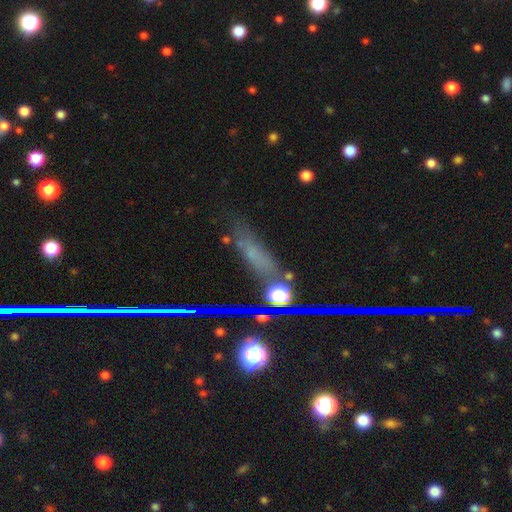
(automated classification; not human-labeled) This appears to be a smooth galaxy with no disk features (43%). Merging: none (71%).